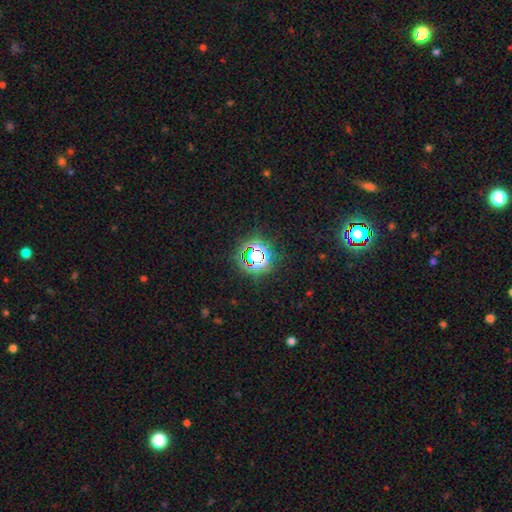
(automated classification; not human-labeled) Q: Smooth or featured?
A: star or artifact (79%); runner-up: smooth (14%)